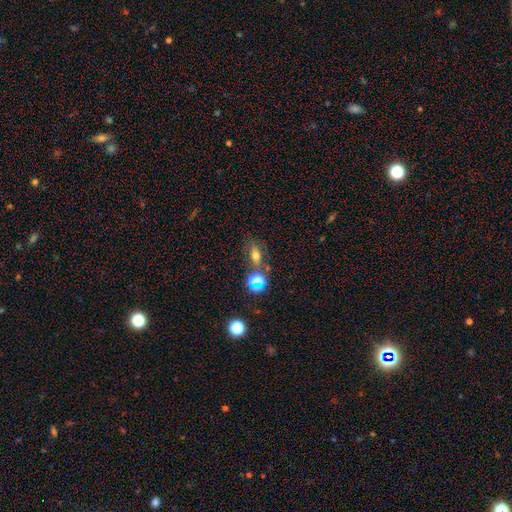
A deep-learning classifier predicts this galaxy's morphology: The model was most divided on "smooth or featured": smooth: 53%, star or artifact: 28%, featured or disk: 19%. More confident: how rounded — in between (66%); merging — none (63%).